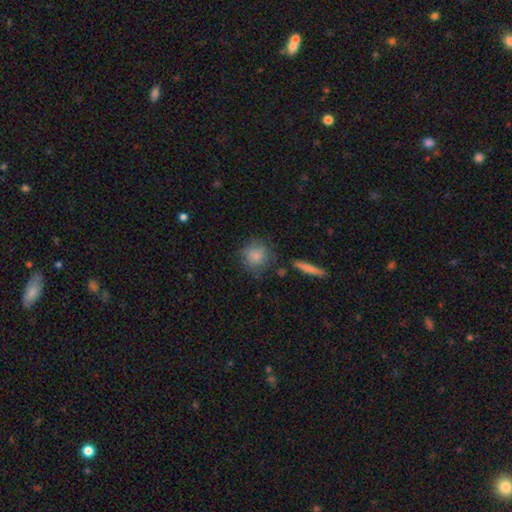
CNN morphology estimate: smooth-or-featured: smooth: 83% | featured or disk: 9% | star or artifact: 8%
  how-rounded: round: 87% | in between: 11% | cigar-shaped: 2%
  merging: none: 73% | minor disturbance: 16% | major disturbance: 6% | merger: 5%